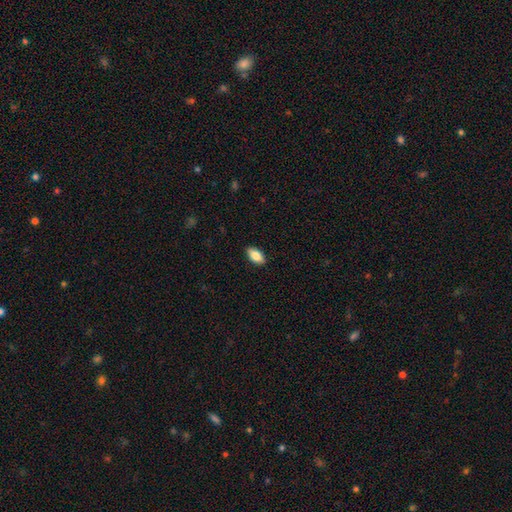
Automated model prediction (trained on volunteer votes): smooth-or-featured: smooth: 79% | featured or disk: 14% | star or artifact: 7%
  how-rounded: in between: 89% | cigar-shaped: 7% | round: 4%
  merging: none: 89% | minor disturbance: 9% | major disturbance: 2% | merger: 1%